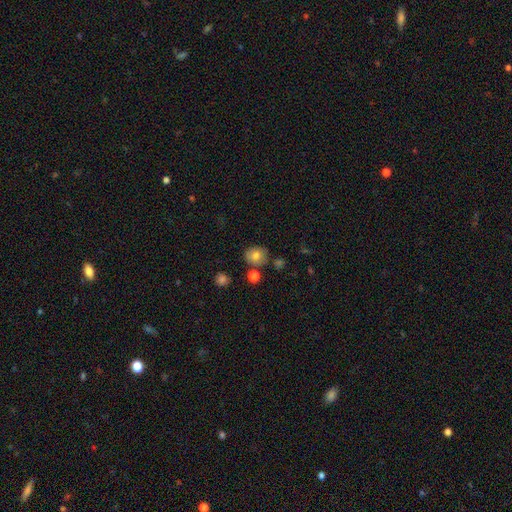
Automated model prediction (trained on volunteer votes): Smooth or featured? smooth (75%)
How rounded? round (77%)
Merging? none (76%)